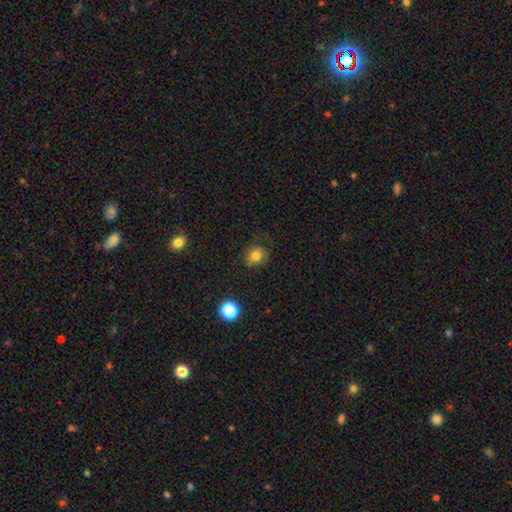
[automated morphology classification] Smooth or featured? smooth (79%)
How rounded? round (76%)
Merging? none (75%)